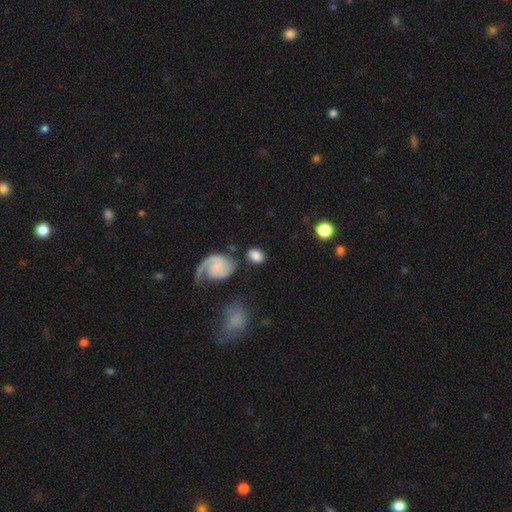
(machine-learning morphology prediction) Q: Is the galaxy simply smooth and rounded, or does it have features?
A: smooth — 72%.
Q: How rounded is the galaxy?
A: in between — 77%.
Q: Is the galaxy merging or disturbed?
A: none — 67%.